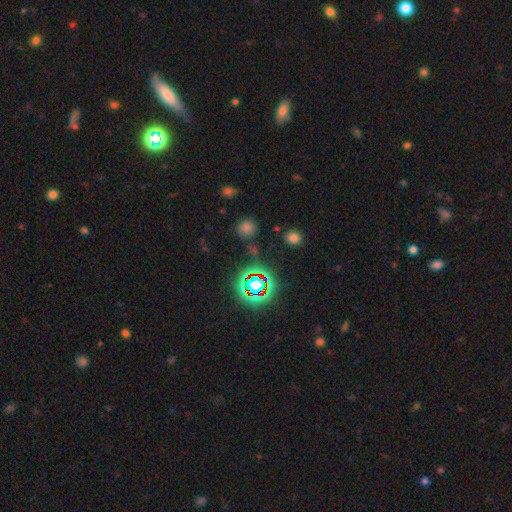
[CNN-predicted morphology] A star or artifact, not a galaxy (74%).